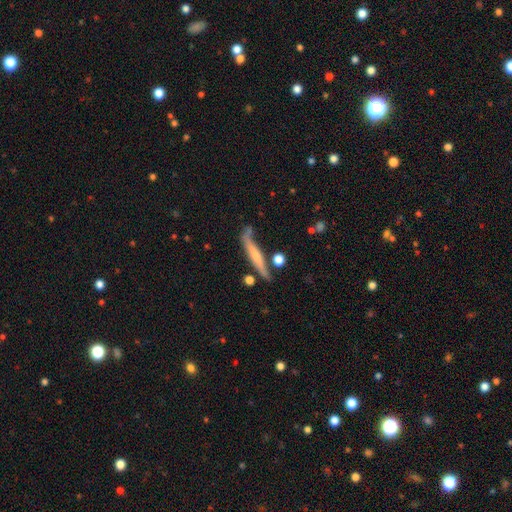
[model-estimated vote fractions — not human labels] smooth-or-featured: featured or disk: 48% | smooth: 45% | star or artifact: 7%
  merging: none: 65% | minor disturbance: 20% | merger: 9% | major disturbance: 6%